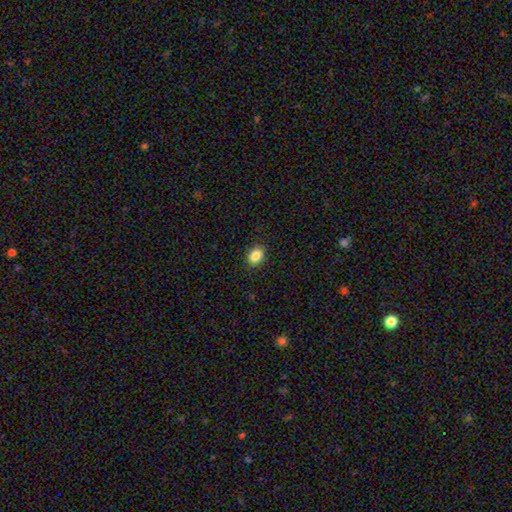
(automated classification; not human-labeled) Overall: smooth (86%). How rounded: in between (62%; round 37%). Merging: none (90%).